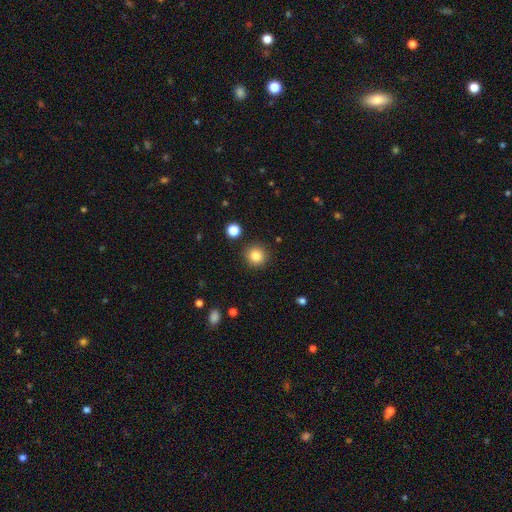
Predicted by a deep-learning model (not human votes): smooth 84%, star or artifact 11%, featured or disk 5%. Down the decision tree: how rounded — round (93%); merging — none (90%).